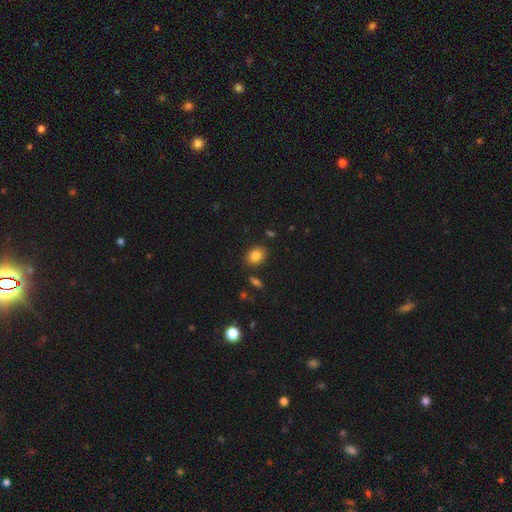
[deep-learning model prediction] Smooth or featured: smooth — 84% (star or artifact — 9%)
How rounded: in between — 60% (round — 39%)
Merging: none — 85% (minor disturbance — 9%)